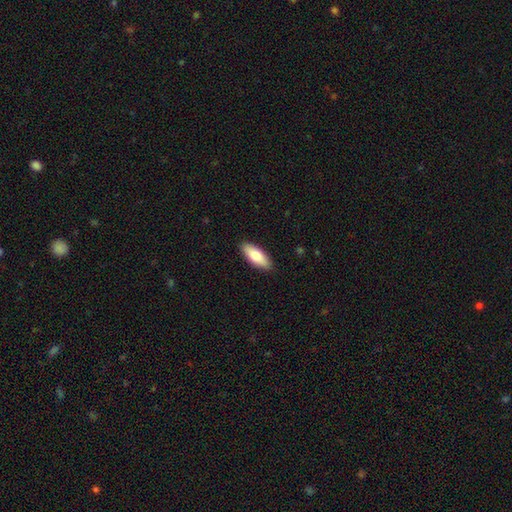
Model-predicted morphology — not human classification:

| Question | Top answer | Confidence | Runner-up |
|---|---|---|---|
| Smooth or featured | smooth | 76% | featured or disk (18%) |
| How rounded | in between | 72% | cigar-shaped (26%) |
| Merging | none | 90% | minor disturbance (8%) |